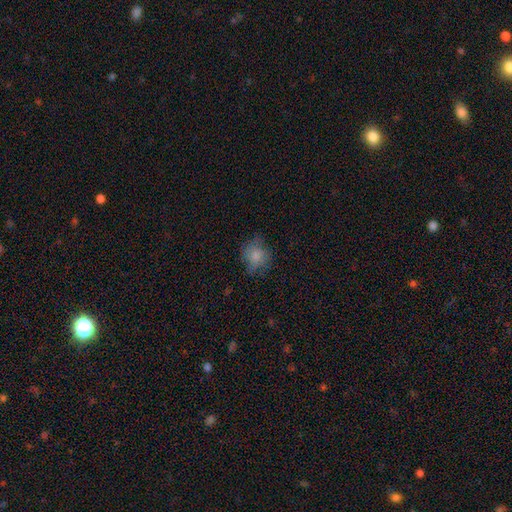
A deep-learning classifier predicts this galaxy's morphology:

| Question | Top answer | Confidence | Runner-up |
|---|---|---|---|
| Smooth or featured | smooth | 79% | featured or disk (11%) |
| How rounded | round | 76% | in between (23%) |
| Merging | none | 67% | minor disturbance (23%) |